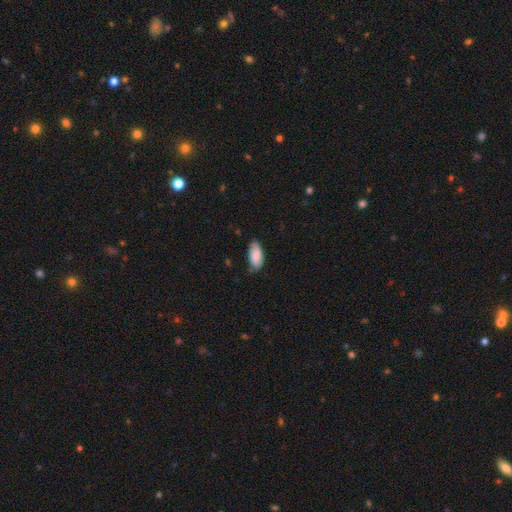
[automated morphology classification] Smooth or featured? smooth (83%)
How rounded? in between (91%)
Merging? none (66%)